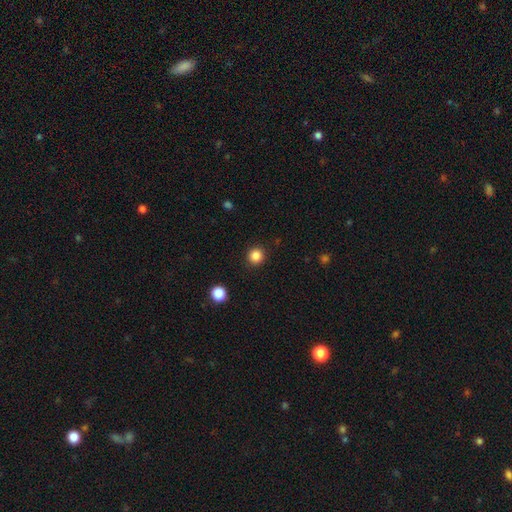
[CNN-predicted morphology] Smooth or featured? smooth (85%)
How rounded? round (93%)
Merging? none (92%)